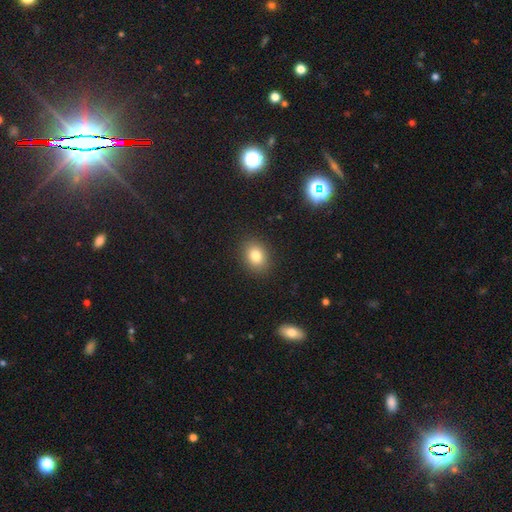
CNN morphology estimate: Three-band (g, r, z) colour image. It shows a smooth galaxy with no disk features (80%) that is in between round and cigar-shaped (57%). Merging: none (89%).